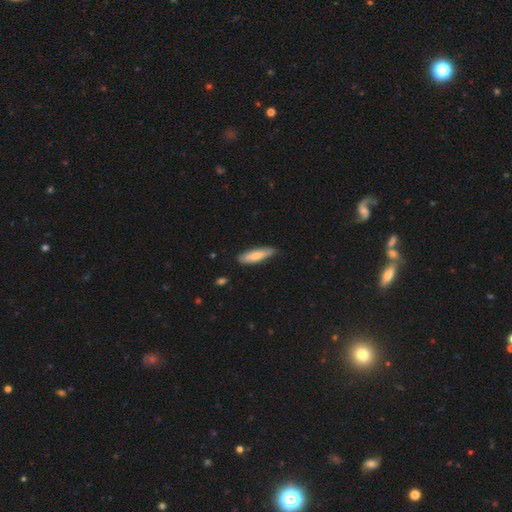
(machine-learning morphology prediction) The model was most divided on "how rounded": cigar-shaped: 67%, in between: 31%, round: 2%. More confident: merging — none (81%); smooth or featured — smooth (75%).